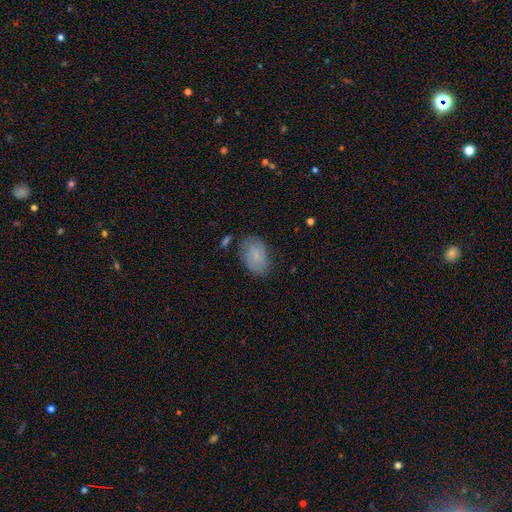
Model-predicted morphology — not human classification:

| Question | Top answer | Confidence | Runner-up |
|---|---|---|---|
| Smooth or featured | smooth | 65% | featured or disk (28%) |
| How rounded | in between | 88% | round (10%) |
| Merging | none | 73% | minor disturbance (19%) |